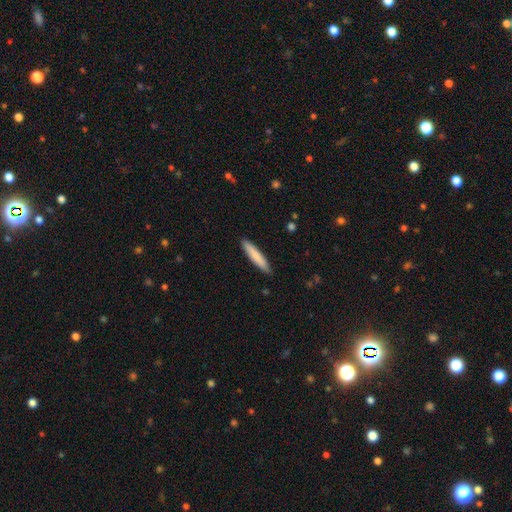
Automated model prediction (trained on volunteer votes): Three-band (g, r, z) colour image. It shows a smooth galaxy with no disk features (82%) that is cigar-shaped (90%). Merging: none (90%).